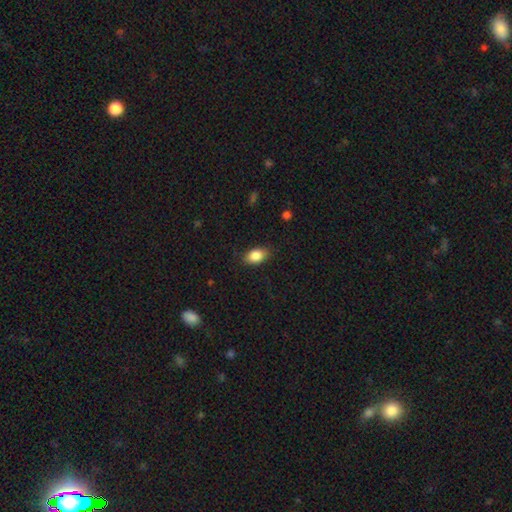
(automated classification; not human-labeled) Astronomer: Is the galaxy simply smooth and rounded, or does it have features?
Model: smooth — 86%.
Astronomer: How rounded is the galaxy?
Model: in between — 87%.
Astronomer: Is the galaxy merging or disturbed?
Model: none — 83%.